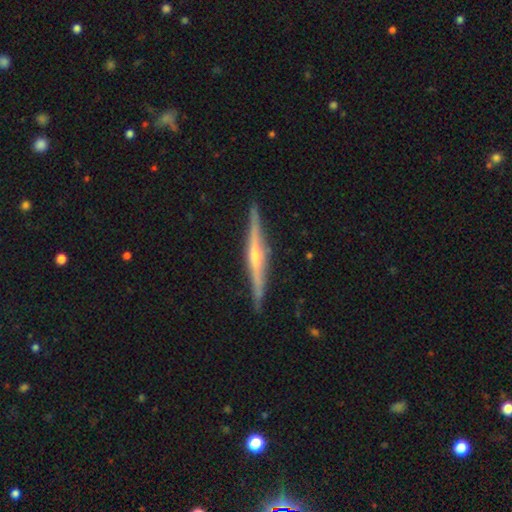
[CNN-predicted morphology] This appears to be a featured or disk galaxy (78%) viewed edge-on (98%) with a rounded central bulge (76%). Merging: none (89%).